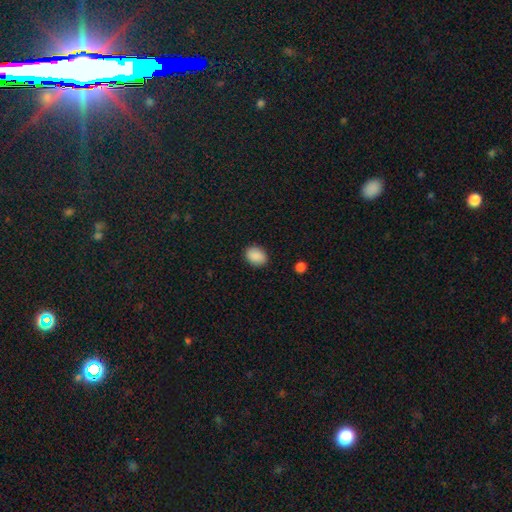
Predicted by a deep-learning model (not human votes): This is clearly a smooth galaxy (89%). How rounded: likely in between (65%). Merging: clearly none (87%).